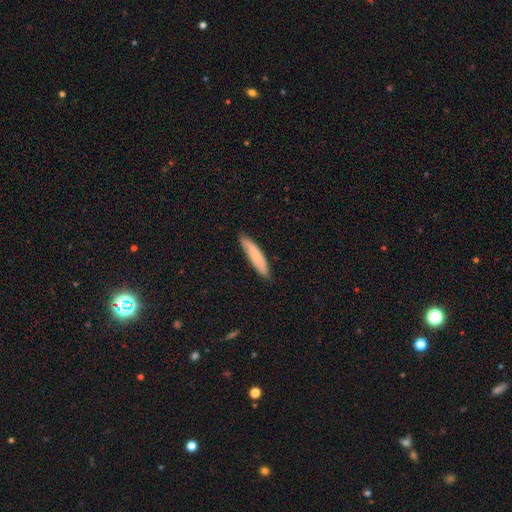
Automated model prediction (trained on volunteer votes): This appears to be a smooth galaxy with no disk features (73%) that is cigar-shaped (83%). Merging: none (83%).